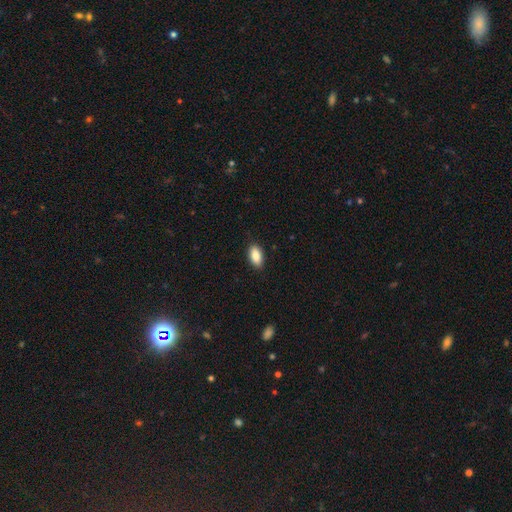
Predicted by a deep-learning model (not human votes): smooth_or_featured: smooth (p=0.87) [alt: star or artifact p=0.07]
how_rounded: in between (p=0.92) [alt: cigar-shaped p=0.05]
merging: none (p=0.88) [alt: minor disturbance p=0.09]